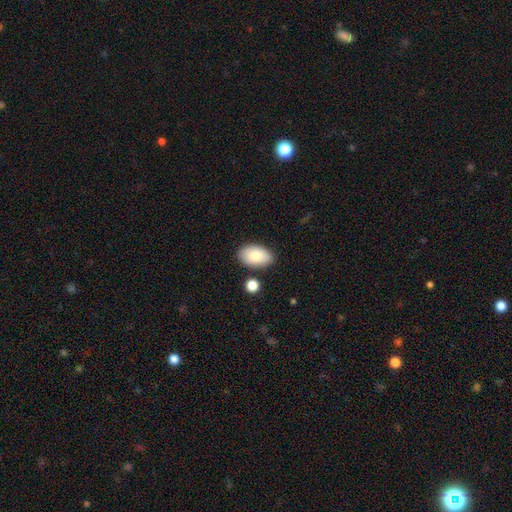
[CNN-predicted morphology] type=smooth (85%); roundness=in between (94%); merging=none (80%).